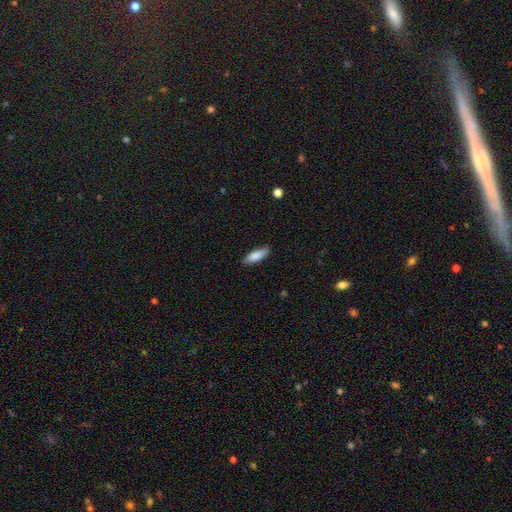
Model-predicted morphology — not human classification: Smooth or featured: smooth — 86% (featured or disk — 8%)
How rounded: in between — 56% (cigar-shaped — 42%)
Merging: none — 84% (minor disturbance — 13%)